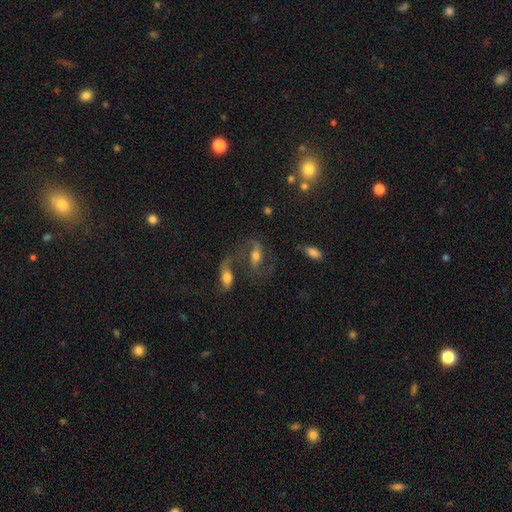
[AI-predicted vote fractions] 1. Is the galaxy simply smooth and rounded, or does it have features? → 70% featured or disk, 19% smooth, 10% star or artifact.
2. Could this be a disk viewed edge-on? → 90% no, 10% yes.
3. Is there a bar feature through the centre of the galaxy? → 38% weak, 34% no, 28% strong.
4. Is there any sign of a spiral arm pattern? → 85% yes, 15% no.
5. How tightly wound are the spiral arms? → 49% loose, 40% medium, 11% tight.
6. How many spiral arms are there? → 84% 2, 7% 1, 5% can't tell, 2% 3, 1% 4, 1% more than 4.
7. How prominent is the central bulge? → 60% moderate, 21% small, 14% large, 3% none, 2% dominant.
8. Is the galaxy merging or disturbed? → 38% none, 31% merger, 17% major disturbance, 14% minor disturbance.